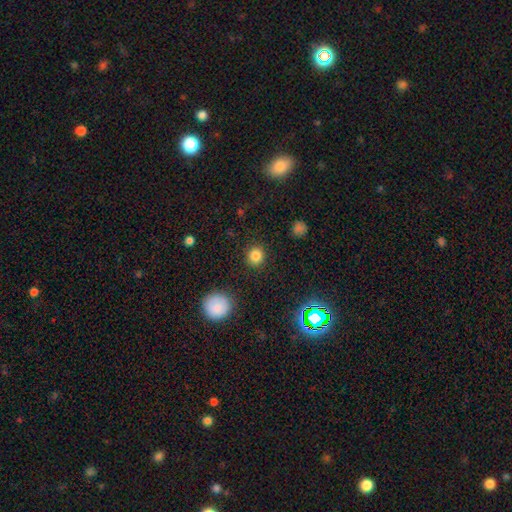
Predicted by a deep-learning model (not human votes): Q: Smooth or featured?
A: smooth (83%); runner-up: star or artifact (13%)
Q: How rounded?
A: round (90%); runner-up: in between (9%)
Q: Merging?
A: none (91%); runner-up: minor disturbance (6%)